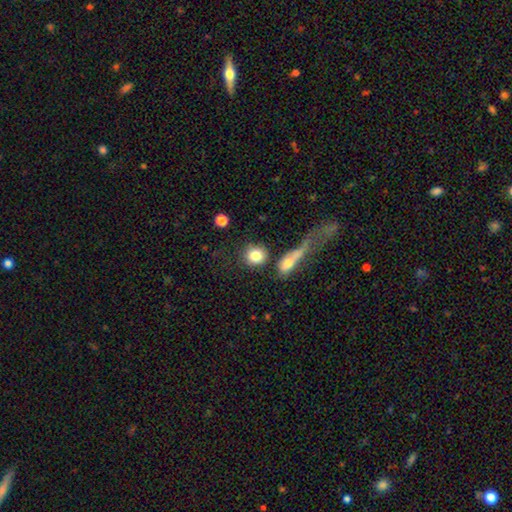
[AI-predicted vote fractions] Smooth or featured? Predicted: smooth (p=0.81). How rounded? Predicted: round (p=0.84). Merging? Predicted: none (p=0.65).